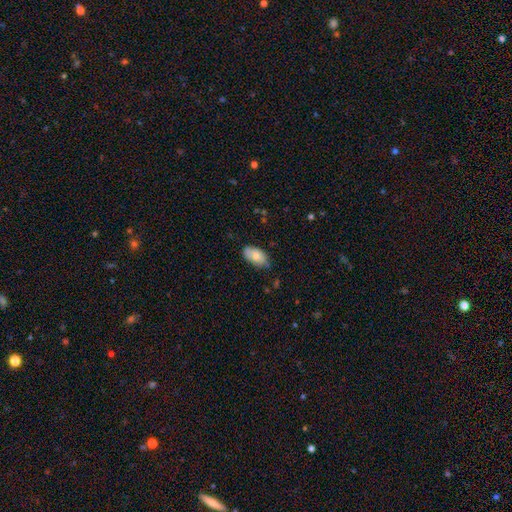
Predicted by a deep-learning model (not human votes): Smooth or featured? Predicted: smooth (p=0.75). How rounded? Predicted: in between (p=0.94). Merging? Predicted: none (p=0.69).